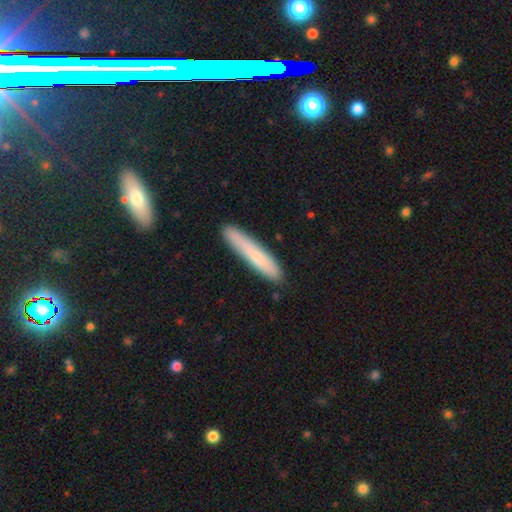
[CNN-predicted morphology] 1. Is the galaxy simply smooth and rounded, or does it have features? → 72% smooth, 22% featured or disk, 6% star or artifact.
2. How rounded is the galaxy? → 91% cigar-shaped, 7% in between, 1% round.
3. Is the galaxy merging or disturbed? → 84% none, 12% minor disturbance, 2% merger, 2% major disturbance.